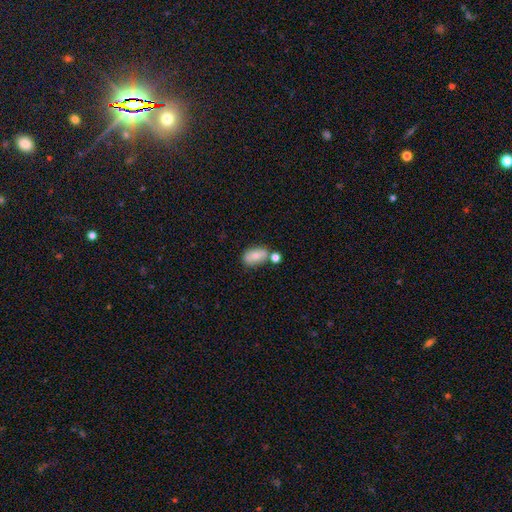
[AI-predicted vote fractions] Morphology: type=smooth (74%); roundness=in between (88%); merging=none (58%).